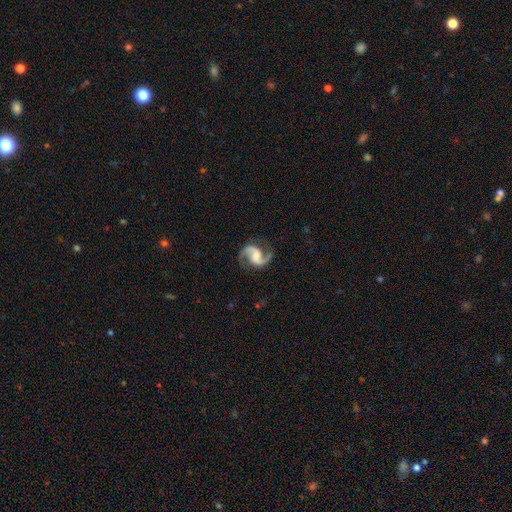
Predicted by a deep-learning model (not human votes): featured or disk 93%, star or artifact 4%, smooth 3%. Down the decision tree: edge-on disk — no (98%); bar — weak (42%); spiral arms — yes (98%); spiral arm count — 2 (94%); spiral winding — medium (55%); bulge size — moderate (34%); merging — none (81%).